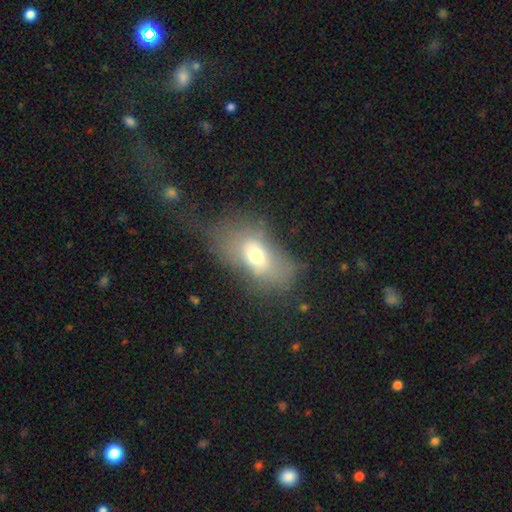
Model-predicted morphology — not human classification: Overall: smooth (63%; featured or disk 27%). How rounded: in between (86%). Merging: major disturbance (35%; none 34%).